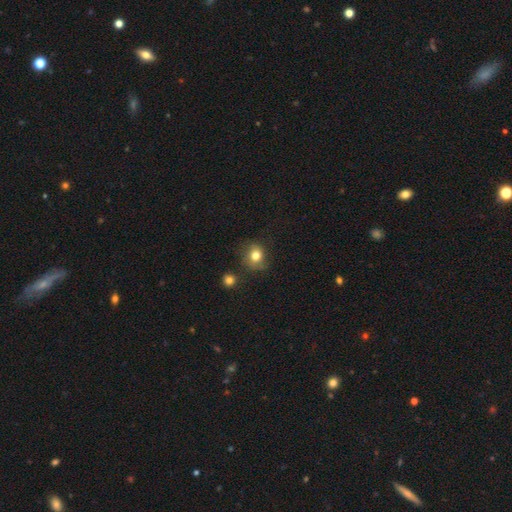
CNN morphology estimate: type=smooth (78%); roundness=round (77%); merging=none (71%).